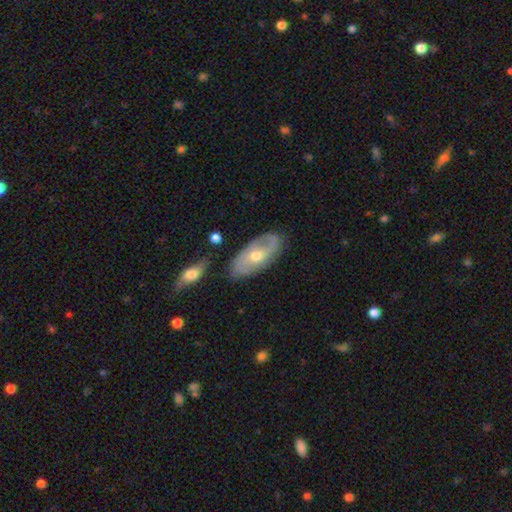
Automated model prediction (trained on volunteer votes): Smooth or featured?
  - featured or disk: 67% *
  - smooth: 26%
  - star or artifact: 6%
Edge-on disk?
  - no: 88% *
  - yes: 12%
Bar?
  - no: 64% *
  - weak: 28%
  - strong: 8%
Spiral arms?
  - yes: 76% *
  - no: 24%
Bulge size?
  - moderate: 67% *
  - small: 29%
  - large: 3%
  - none: 1%
  - dominant: 1%
Merging?
  - none: 75% *
  - minor disturbance: 17%
  - major disturbance: 4%
  - merger: 4%